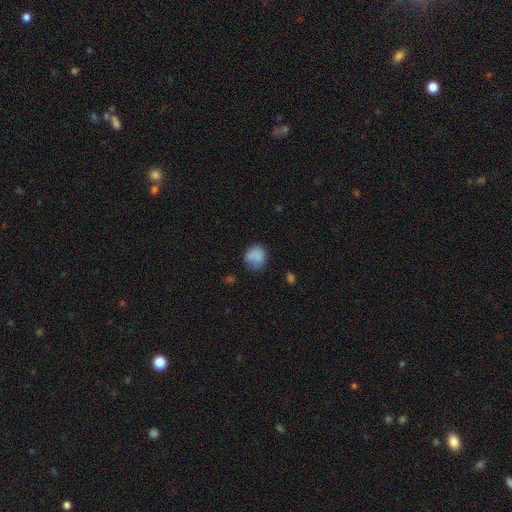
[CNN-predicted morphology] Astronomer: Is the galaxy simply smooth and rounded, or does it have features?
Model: smooth — 84%.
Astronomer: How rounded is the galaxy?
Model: round — 78%.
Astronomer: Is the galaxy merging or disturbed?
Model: none — 61%.